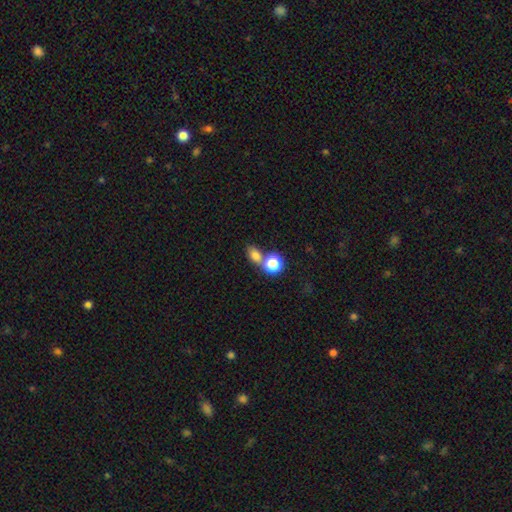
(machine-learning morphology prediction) smooth 76%, star or artifact 16%, featured or disk 8%. Down the decision tree: how rounded — in between (62%); merging — none (48%).